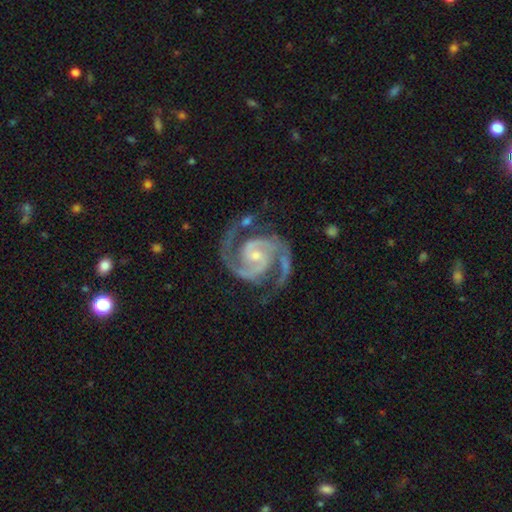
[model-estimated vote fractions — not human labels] A featured or disk galaxy (94%) with no bar (50%), 2 (91%) medium (54%) spiral arms (99%) and a small central bulge (60%). Merging: none (74%).